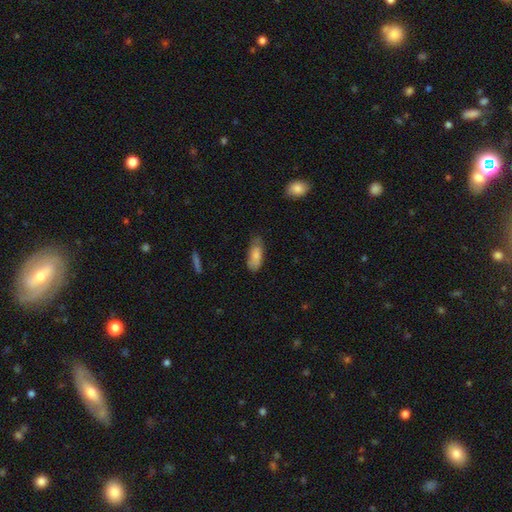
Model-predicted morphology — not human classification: smooth_or_featured: smooth (p=0.80) [alt: featured or disk p=0.14]
how_rounded: in between (p=0.81) [alt: cigar-shaped p=0.17]
merging: none (p=0.62) [alt: minor disturbance p=0.30]